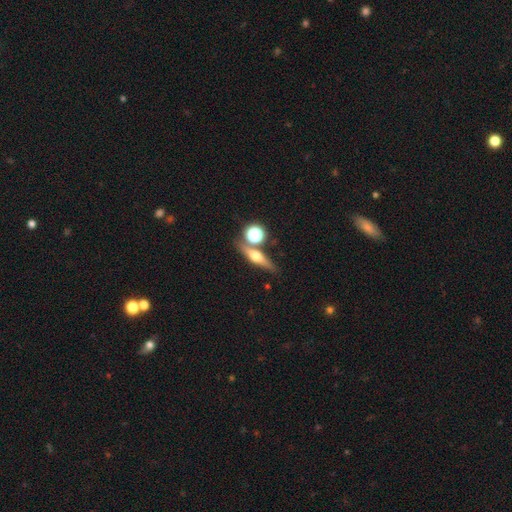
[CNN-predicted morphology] Q: Smooth or featured?
A: featured or disk (57%); runner-up: smooth (33%)
Q: Edge-on disk?
A: yes (91%); runner-up: no (9%)
Q: Edge-on bulge?
A: rounded (94%); runner-up: boxy (3%)
Q: Merging?
A: none (73%); runner-up: merger (14%)